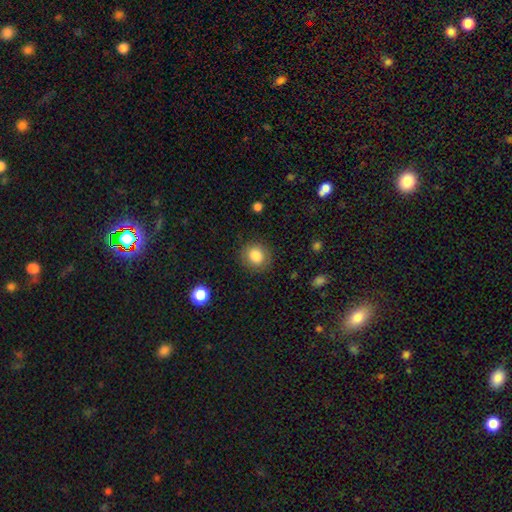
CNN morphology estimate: This is clearly a smooth galaxy (83%). How rounded: clearly round (82%). Merging: clearly none (87%).